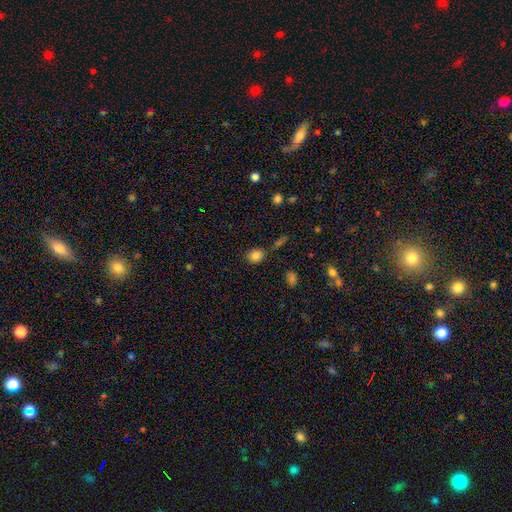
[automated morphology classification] A smooth galaxy with no disk features (84%) that is round (74%).

Vote fractions:
- Smooth or featured? smooth: 84% / star or artifact: 11% / featured or disk: 5%
- How rounded? round: 74% / in between: 25% / cigar-shaped: 1%
- Merging? none: 78% / minor disturbance: 12% / merger: 6% / major disturbance: 4%